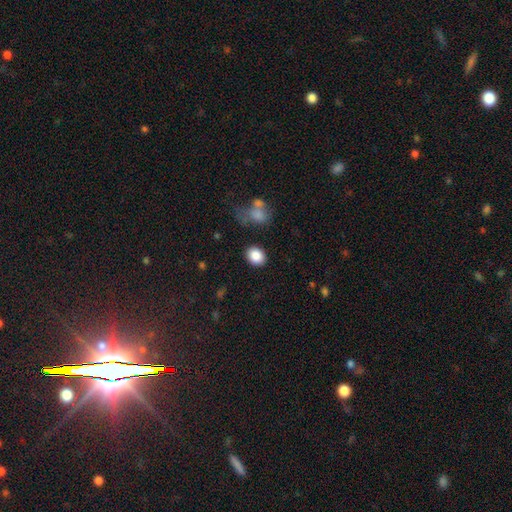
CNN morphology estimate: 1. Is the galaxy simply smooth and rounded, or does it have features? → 87% smooth, 8% star or artifact, 5% featured or disk.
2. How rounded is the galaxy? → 50% round, 49% in between, 1% cigar-shaped.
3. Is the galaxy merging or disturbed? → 85% none, 9% minor disturbance, 3% major disturbance, 3% merger.